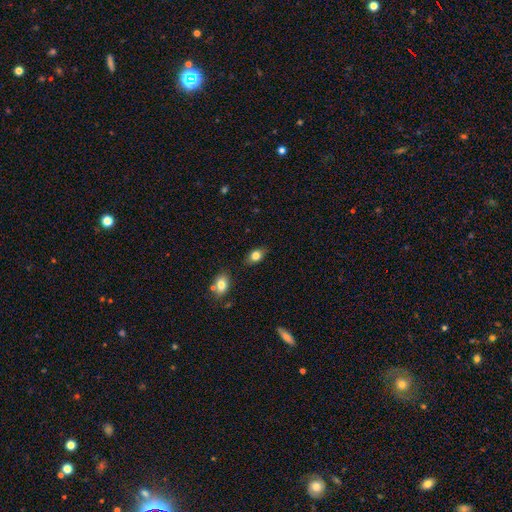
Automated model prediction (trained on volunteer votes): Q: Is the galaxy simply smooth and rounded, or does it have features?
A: smooth — 80%.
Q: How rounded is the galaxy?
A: in between — 78%.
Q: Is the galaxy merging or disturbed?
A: none — 80%.